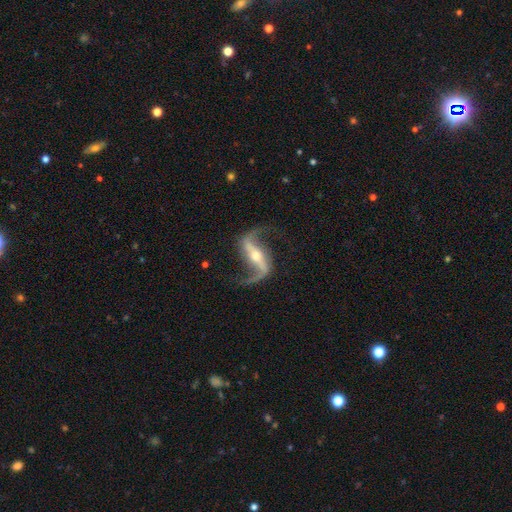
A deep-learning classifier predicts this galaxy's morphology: This appears to be a featured or disk galaxy (93%) with a strong bar (66%), 2 (94%) loose (76%) spiral arms (97%) and a small central bulge (49%). Merging: none (81%).